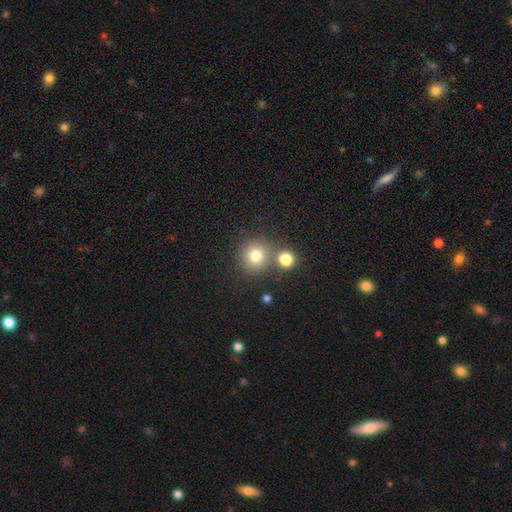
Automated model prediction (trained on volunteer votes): smooth-or-featured: smooth: 77% | star or artifact: 13% | featured or disk: 9%
  how-rounded: round: 92% | in between: 7% | cigar-shaped: 1%
  merging: none: 67% | merger: 22% | minor disturbance: 8% | major disturbance: 3%